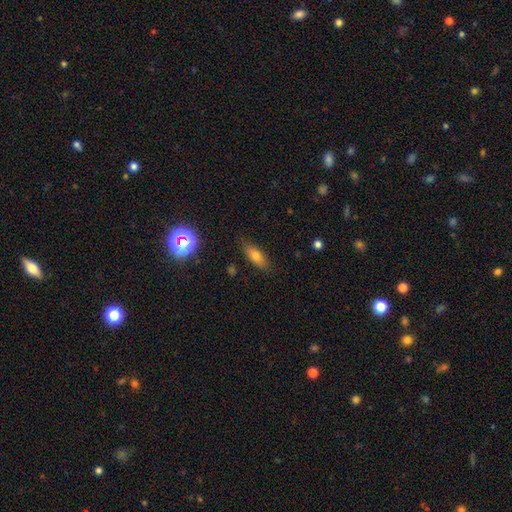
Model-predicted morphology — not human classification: smooth 72%, featured or disk 17%, star or artifact 11%. Down the decision tree: how rounded — in between (69%); merging — none (84%).